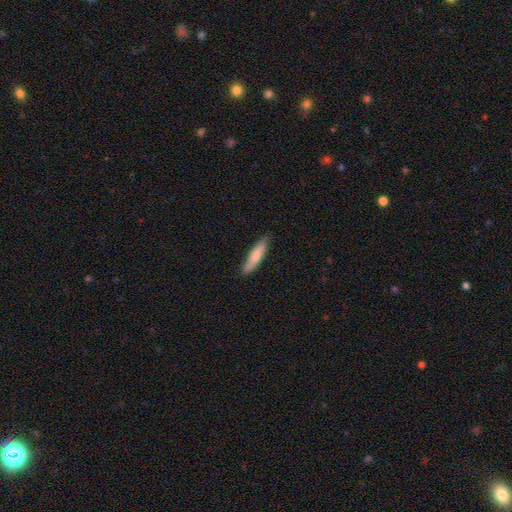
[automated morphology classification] Smooth or featured? Predicted: smooth (p=0.75). How rounded? Predicted: cigar-shaped (p=0.79). Merging? Predicted: none (p=0.84).